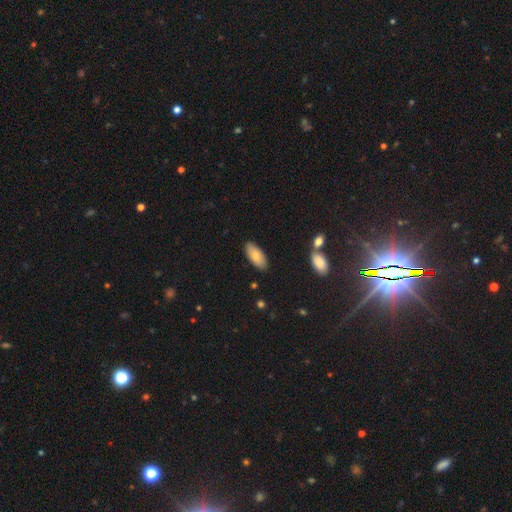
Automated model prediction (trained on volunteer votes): smooth-or-featured: smooth: 81% | featured or disk: 13% | star or artifact: 6%
  how-rounded: in between: 89% | cigar-shaped: 9% | round: 2%
  merging: none: 86% | minor disturbance: 10% | merger: 2% | major disturbance: 2%